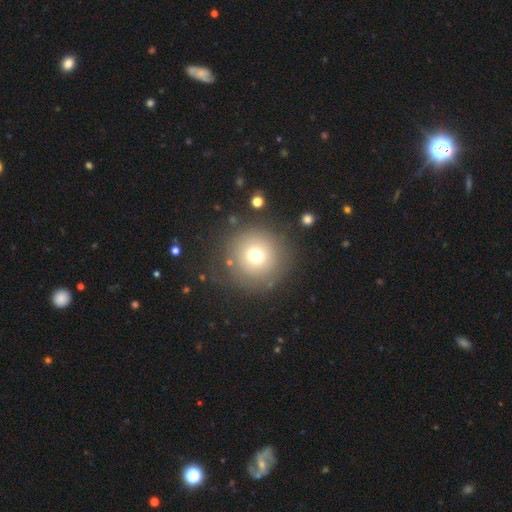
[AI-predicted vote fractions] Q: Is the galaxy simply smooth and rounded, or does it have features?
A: smooth — 71%.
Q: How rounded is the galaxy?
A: round — 95%.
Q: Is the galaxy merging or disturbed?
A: none — 80%.